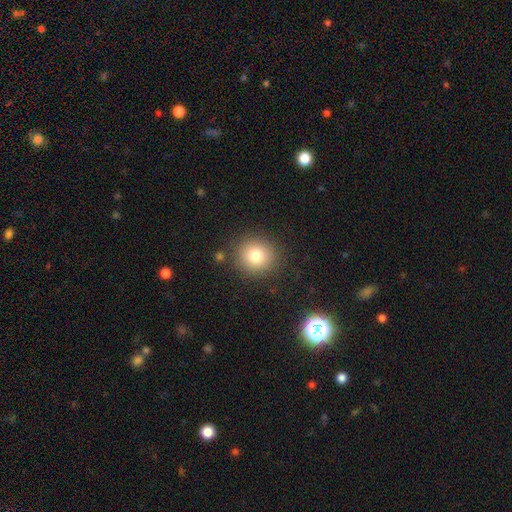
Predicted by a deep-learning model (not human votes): Smooth or featured: smooth — 79% (star or artifact — 12%)
How rounded: round — 88% (in between — 11%)
Merging: none — 86% (minor disturbance — 8%)